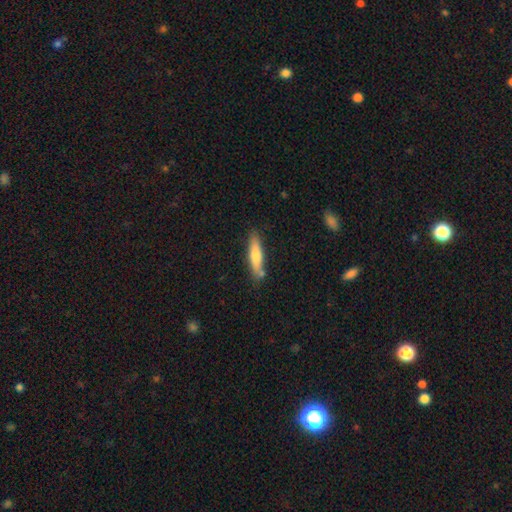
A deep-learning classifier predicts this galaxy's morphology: smooth_or_featured: smooth (p=0.66) [alt: featured or disk p=0.28]
how_rounded: cigar-shaped (p=0.82) [alt: in between p=0.17]
merging: none (p=0.79) [alt: minor disturbance p=0.14]